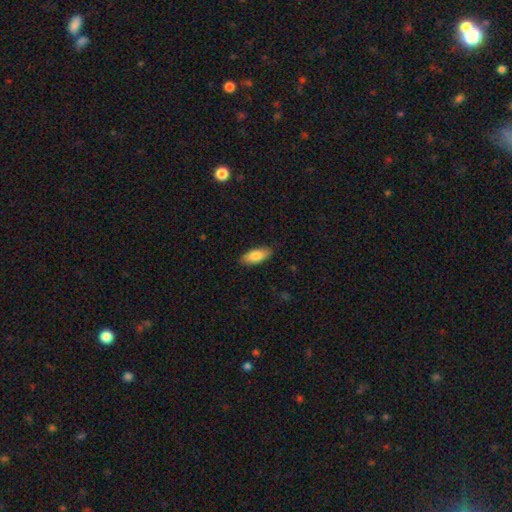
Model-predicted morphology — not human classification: Smooth or featured?
  - smooth: 83% *
  - featured or disk: 11%
  - star or artifact: 6%
How rounded?
  - in between: 83% *
  - cigar-shaped: 15%
  - round: 2%
Merging?
  - none: 88% *
  - minor disturbance: 9%
  - major disturbance: 2%
  - merger: 1%